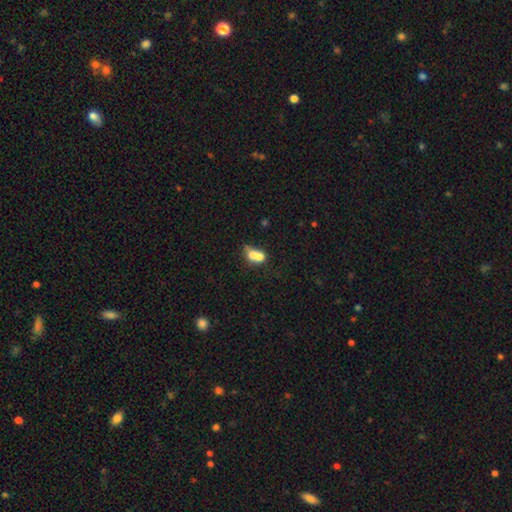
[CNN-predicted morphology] smooth 68%, featured or disk 22%, star or artifact 10%. Down the decision tree: how rounded — in between (64%); merging — merger (63%).